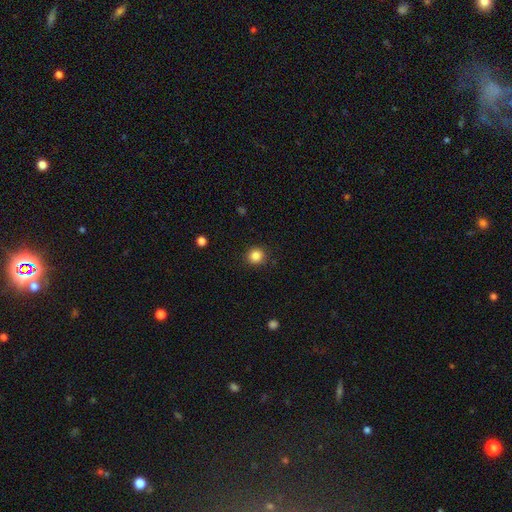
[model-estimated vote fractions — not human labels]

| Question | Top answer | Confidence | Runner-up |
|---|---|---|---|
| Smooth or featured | smooth | 85% | star or artifact (11%) |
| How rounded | round | 91% | in between (9%) |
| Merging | none | 90% | minor disturbance (7%) |